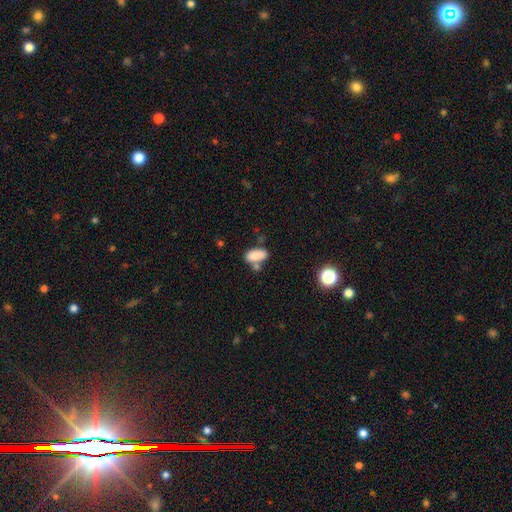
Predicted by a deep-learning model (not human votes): Overall: smooth (82%). How rounded: in between (91%). Merging: none (46%; merger 32%).